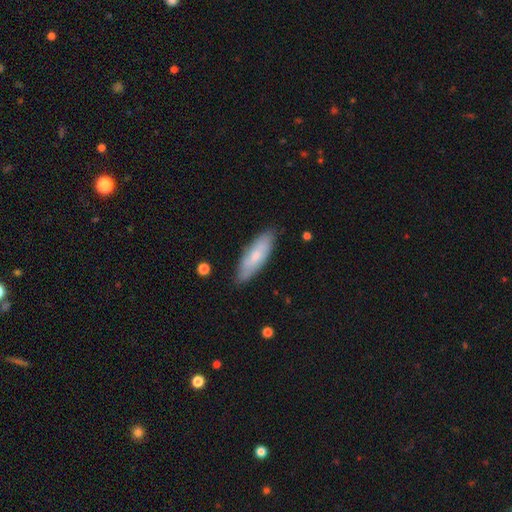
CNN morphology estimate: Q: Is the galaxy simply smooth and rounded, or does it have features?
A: smooth — 65%.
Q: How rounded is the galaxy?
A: in between — 56%.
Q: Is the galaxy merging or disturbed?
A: none — 82%.